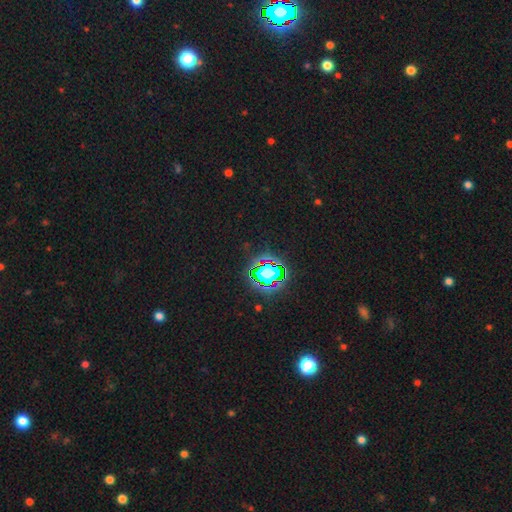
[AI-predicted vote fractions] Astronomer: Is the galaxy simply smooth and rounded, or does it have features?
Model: star or artifact — 83%.